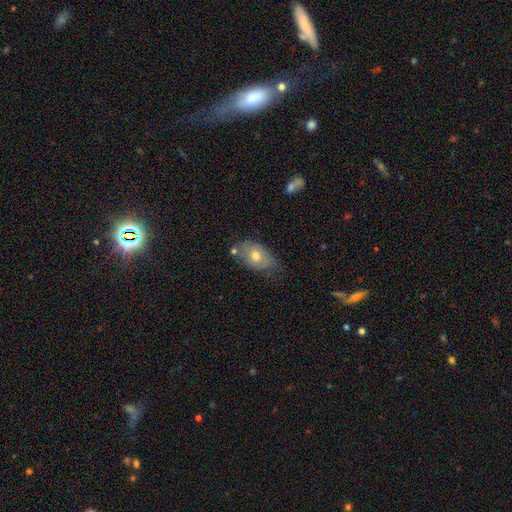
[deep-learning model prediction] smooth 61%, featured or disk 30%, star or artifact 8%. Down the decision tree: how rounded — in between (86%); merging — none (56%).